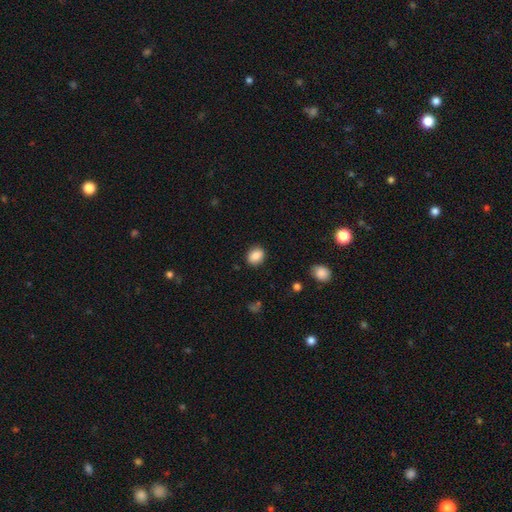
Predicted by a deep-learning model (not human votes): Morphology: type=smooth (86%); roundness=round (52%); merging=none (89%).